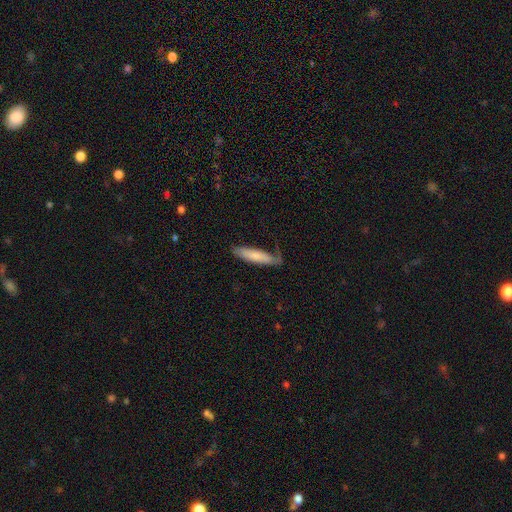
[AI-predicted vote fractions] smooth_or_featured: smooth (p=0.71) [alt: featured or disk p=0.24]
how_rounded: cigar-shaped (p=0.79) [alt: in between p=0.19]
merging: none (p=0.56) [alt: minor disturbance p=0.27]